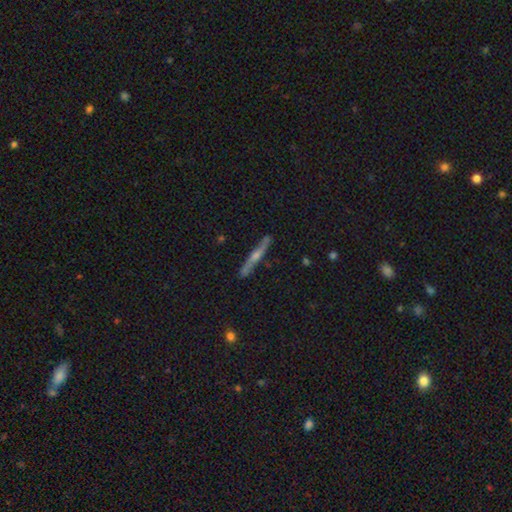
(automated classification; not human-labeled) Smooth or featured: featured or disk — 70% (smooth — 24%)
Edge-on disk: yes — 95% (no — 5%)
Edge-on bulge: rounded — 80% (none — 15%)
Merging: none — 86% (minor disturbance — 10%)